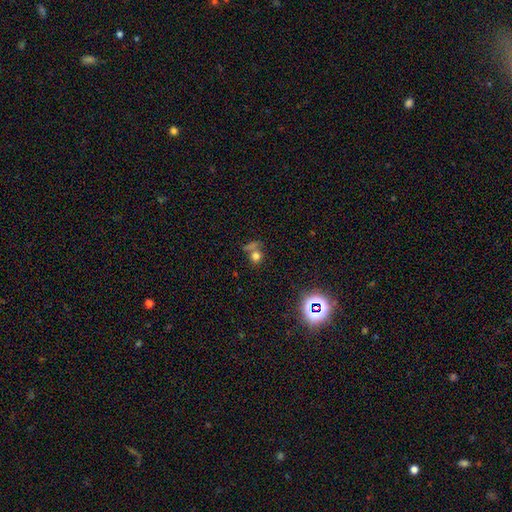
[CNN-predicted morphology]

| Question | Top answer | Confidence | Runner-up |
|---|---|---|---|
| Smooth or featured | smooth | 69% | star or artifact (21%) |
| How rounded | round | 78% | in between (20%) |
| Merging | none | 54% | merger (27%) |